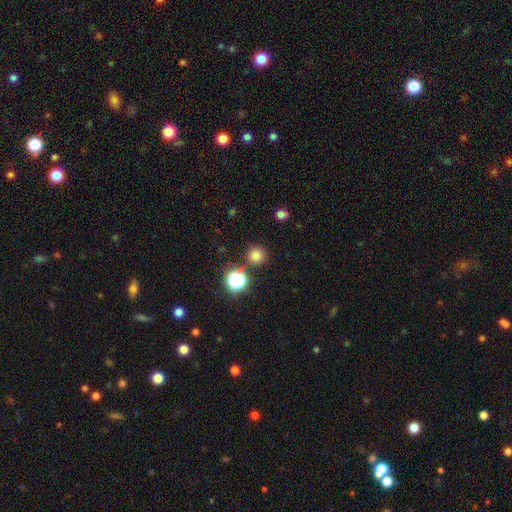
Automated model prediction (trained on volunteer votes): smooth-or-featured: smooth: 75% | star or artifact: 20% | featured or disk: 5%
  how-rounded: round: 95% | in between: 4% | cigar-shaped: 1%
  merging: none: 85% | minor disturbance: 7% | merger: 5% | major disturbance: 3%